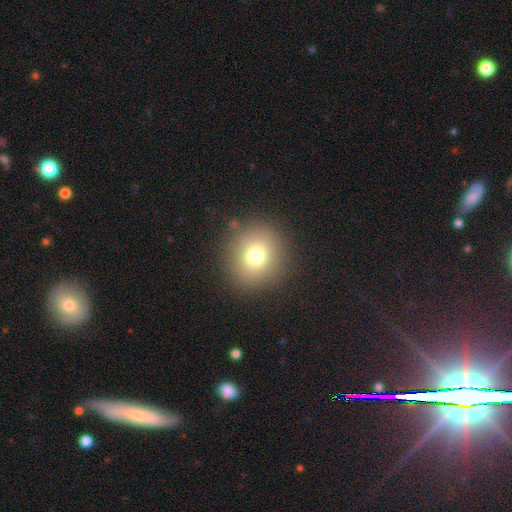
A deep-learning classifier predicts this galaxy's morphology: This appears to be a smooth galaxy with no disk features (75%) that is round (90%). Merging: none (88%).